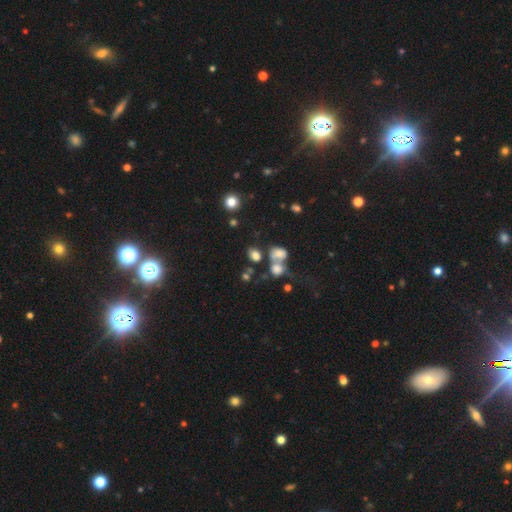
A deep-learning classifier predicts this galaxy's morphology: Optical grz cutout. It shows a smooth galaxy with no disk features (71%) that is in between round and cigar-shaped (61%). Merging: merger (41%).